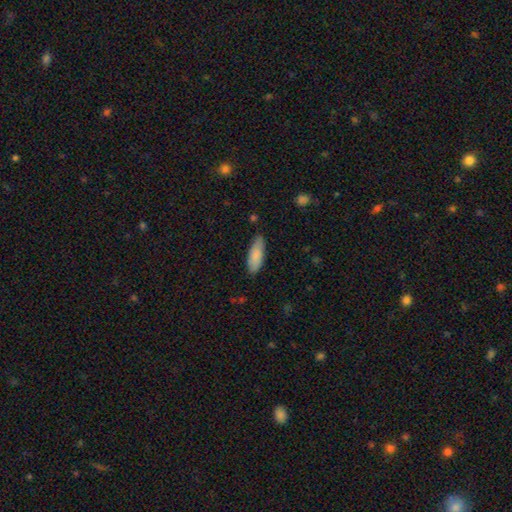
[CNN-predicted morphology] Smooth or featured: smooth — 86% (featured or disk — 8%)
How rounded: in between — 70% (cigar-shaped — 28%)
Merging: none — 78% (minor disturbance — 18%)